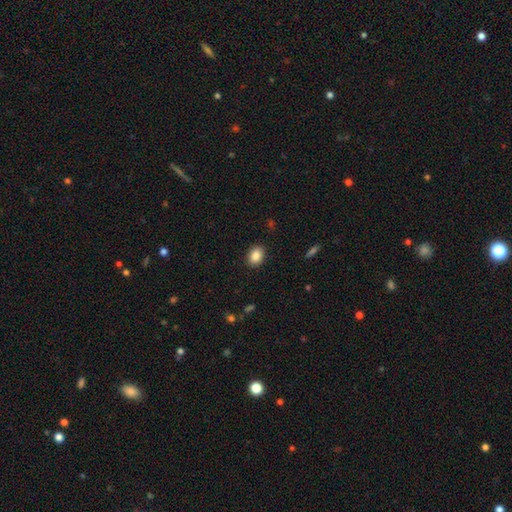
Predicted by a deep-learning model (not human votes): Overall: smooth (86%). How rounded: in between (64%; round 35%). Merging: none (89%).